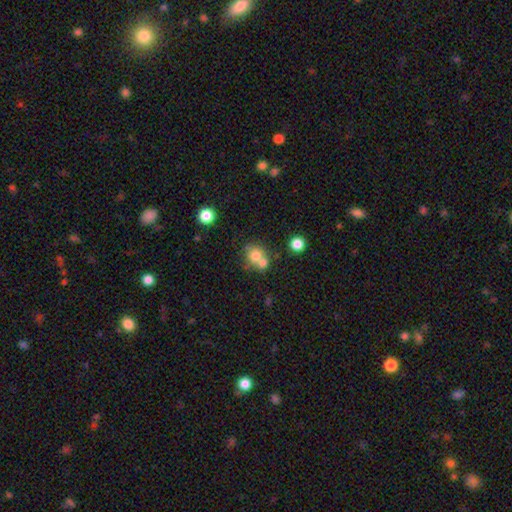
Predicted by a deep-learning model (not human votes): smooth 72%, featured or disk 15%, star or artifact 12%. Down the decision tree: how rounded — round (79%); merging — merger (47%).